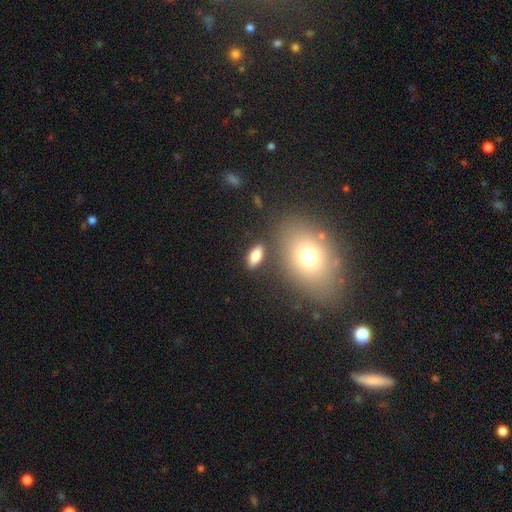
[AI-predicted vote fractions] smooth_or_featured: smooth (p=0.79) [alt: featured or disk p=0.12]
how_rounded: in between (p=0.83) [alt: cigar-shaped p=0.11]
merging: none (p=0.81) [alt: minor disturbance p=0.10]